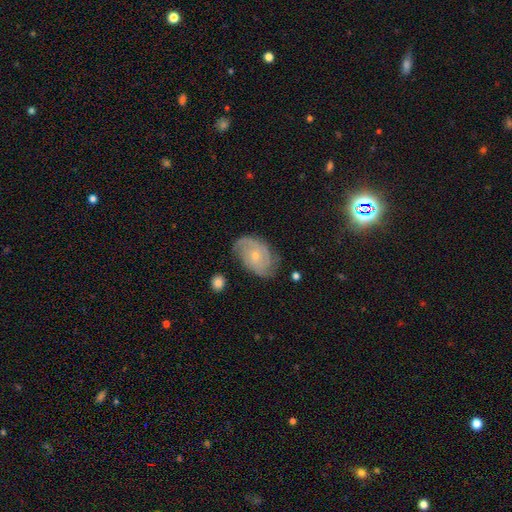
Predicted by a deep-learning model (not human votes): featured or disk 77%, smooth 16%, star or artifact 7%. Down the decision tree: edge-on disk — no (97%); bar — no (76%); spiral arms — yes (93%); spiral arm count — 2 (41%); spiral winding — tight (49%); bulge size — small (72%); merging — none (72%).